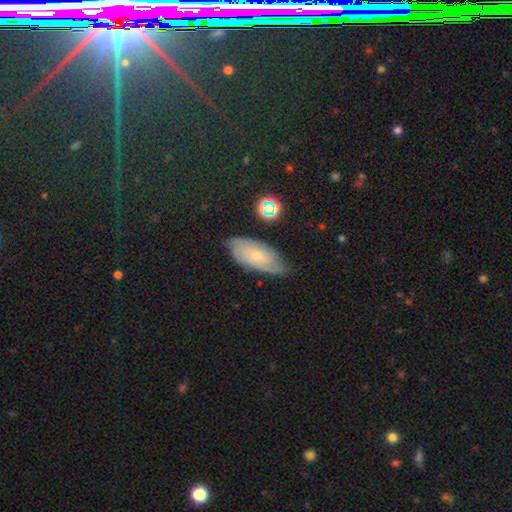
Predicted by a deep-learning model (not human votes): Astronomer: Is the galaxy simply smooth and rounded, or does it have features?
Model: featured or disk — 55% (runner-up: smooth, 34%).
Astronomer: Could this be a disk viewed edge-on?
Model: no — 90%.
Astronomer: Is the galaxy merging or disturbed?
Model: none — 66%.